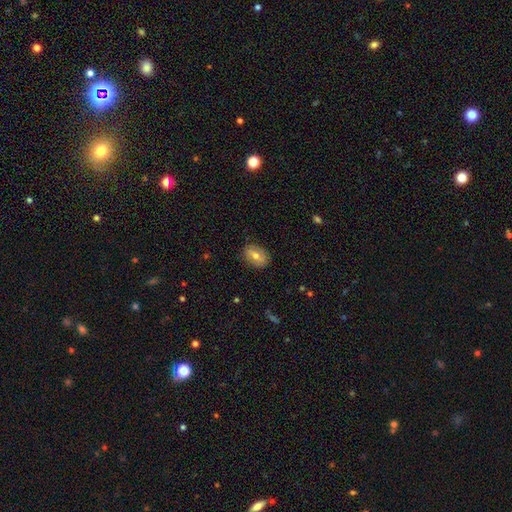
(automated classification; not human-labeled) Q: Smooth or featured?
A: smooth (56%); runner-up: featured or disk (35%)
Q: How rounded?
A: in between (77%); runner-up: round (21%)
Q: Merging?
A: none (82%); runner-up: minor disturbance (14%)